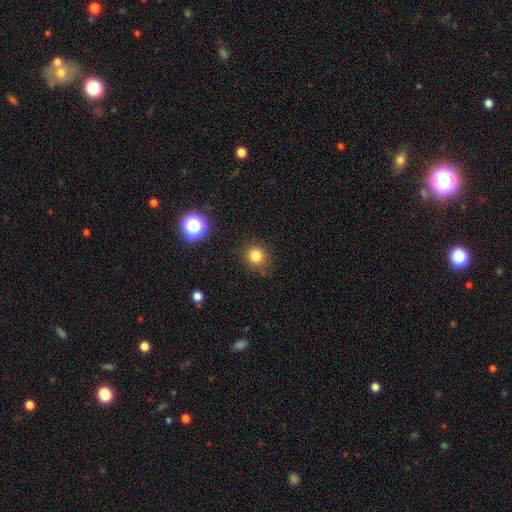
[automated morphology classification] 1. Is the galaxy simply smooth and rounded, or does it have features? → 80% smooth, 14% star or artifact, 5% featured or disk.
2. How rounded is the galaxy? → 90% round, 9% in between, 1% cigar-shaped.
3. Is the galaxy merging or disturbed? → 87% none, 9% minor disturbance, 3% major disturbance, 1% merger.